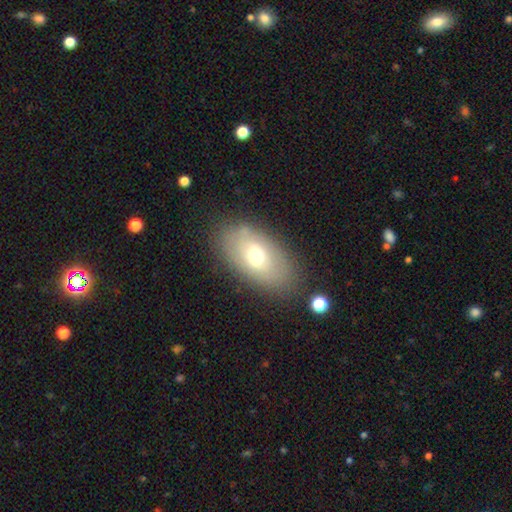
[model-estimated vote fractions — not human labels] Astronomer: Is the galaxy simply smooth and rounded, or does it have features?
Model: smooth — 61%.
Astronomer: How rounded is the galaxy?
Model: in between — 91%.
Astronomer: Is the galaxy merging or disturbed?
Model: none — 79%.